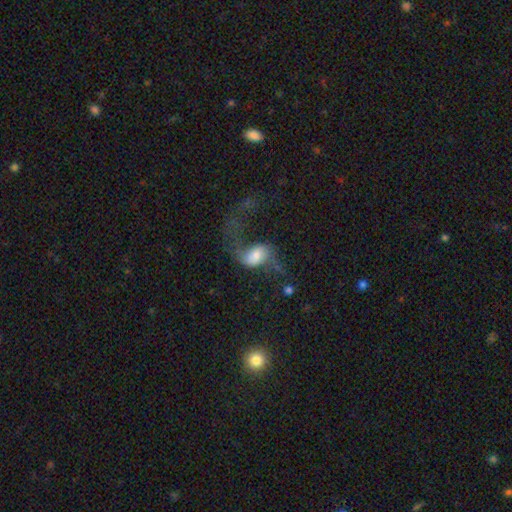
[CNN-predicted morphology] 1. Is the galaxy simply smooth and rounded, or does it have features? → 54% featured or disk, 36% smooth, 9% star or artifact.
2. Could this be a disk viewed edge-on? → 95% no, 5% yes.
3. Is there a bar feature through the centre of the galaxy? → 55% no, 32% weak, 13% strong.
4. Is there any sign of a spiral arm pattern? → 74% yes, 26% no.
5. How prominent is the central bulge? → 44% moderate, 29% small, 17% large, 5% dominant, 5% none.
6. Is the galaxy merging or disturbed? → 52% major disturbance, 25% none, 14% minor disturbance, 9% merger.